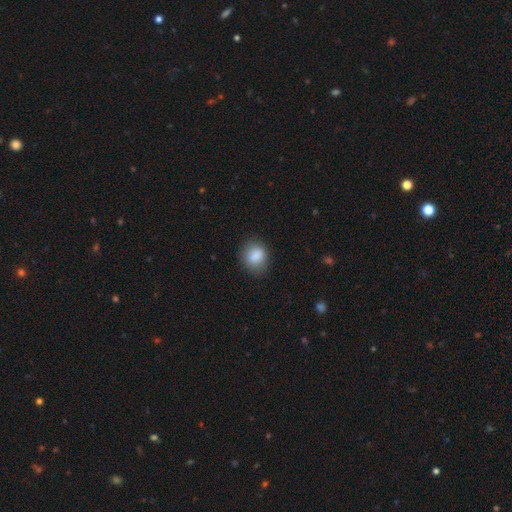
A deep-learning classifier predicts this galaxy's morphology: smooth 86%, star or artifact 8%, featured or disk 6%. Down the decision tree: how rounded — round (53%); merging — none (78%).